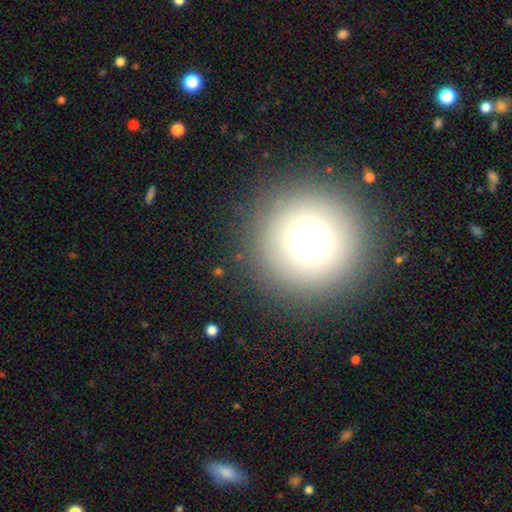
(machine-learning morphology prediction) This is likely a smooth galaxy (67%). How rounded: clearly round (96%). Merging: clearly none (91%).